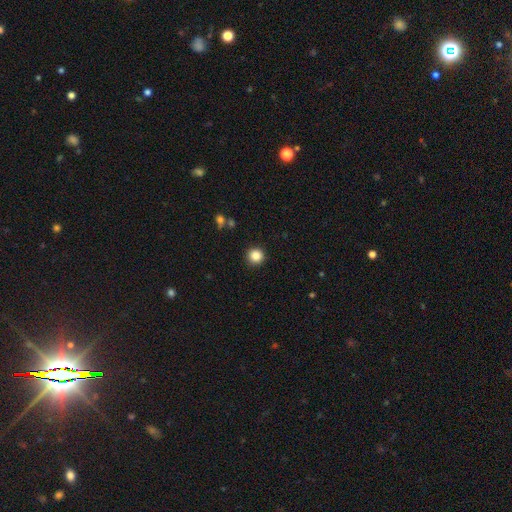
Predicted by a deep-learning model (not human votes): Smooth or featured? smooth (86%)
How rounded? round (95%)
Merging? none (92%)